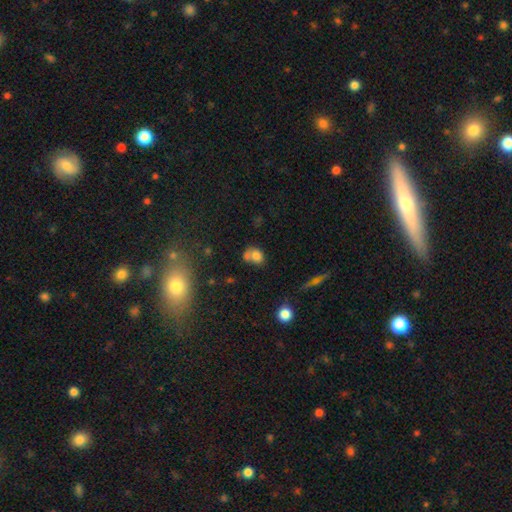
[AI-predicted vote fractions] A smooth galaxy with no disk features (73%) that is in between round and cigar-shaped (52%).

Vote fractions:
- Smooth or featured? smooth: 73% / featured or disk: 14% / star or artifact: 13%
- How rounded? in between: 52% / round: 46% / cigar-shaped: 2%
- Merging? merger: 44% / none: 33% / minor disturbance: 14% / major disturbance: 8%